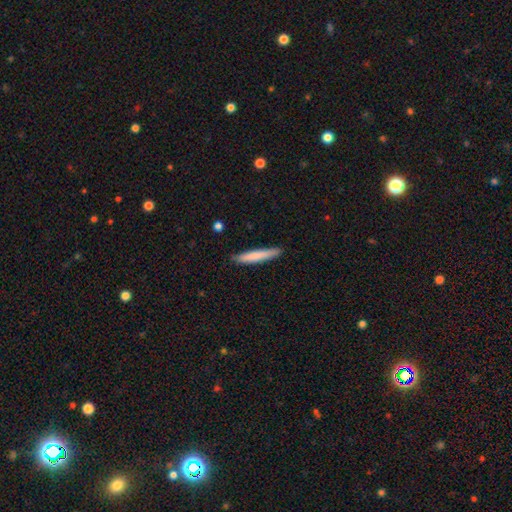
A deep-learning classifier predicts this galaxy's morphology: smooth_or_featured: smooth (p=0.77) [alt: featured or disk p=0.18]
how_rounded: cigar-shaped (p=0.94) [alt: in between p=0.05]
merging: none (p=0.87) [alt: minor disturbance p=0.10]